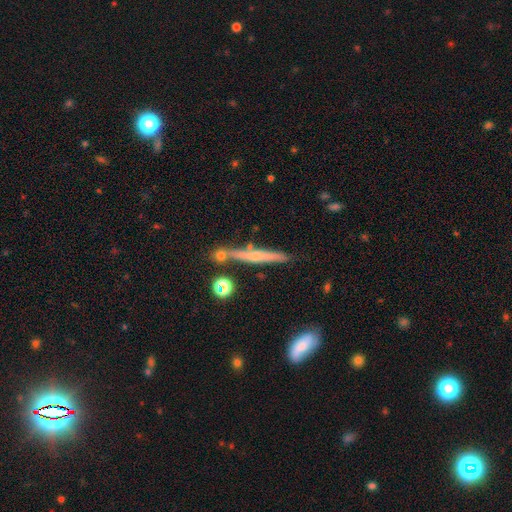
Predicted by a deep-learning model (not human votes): This is possibly a featured or disk galaxy (56%). It is clearly viewed edge-on (94%). Edge-on bulge: possibly rounded (52%). Merging: likely none (73%).